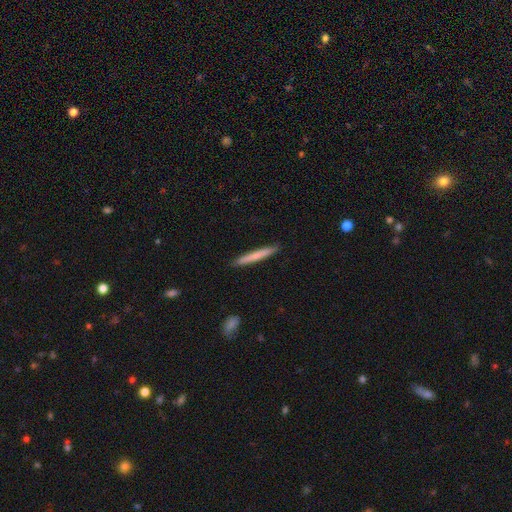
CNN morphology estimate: Q: Smooth or featured?
A: smooth (68%); runner-up: featured or disk (26%)
Q: How rounded?
A: cigar-shaped (96%); runner-up: in between (2%)
Q: Merging?
A: none (91%); runner-up: minor disturbance (7%)